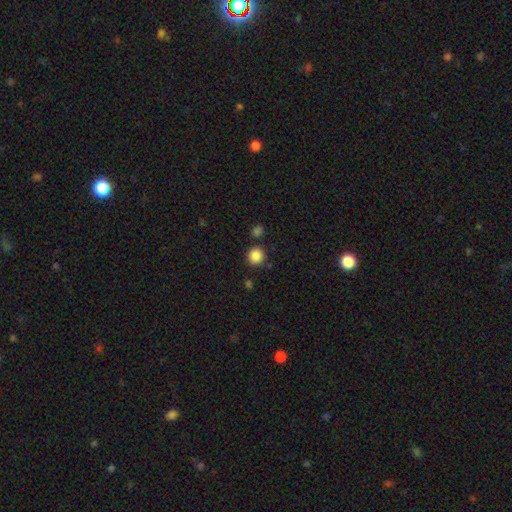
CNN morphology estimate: Smooth or featured? Predicted: smooth (p=0.87). How rounded? Predicted: round (p=0.91). Merging? Predicted: none (p=0.84).